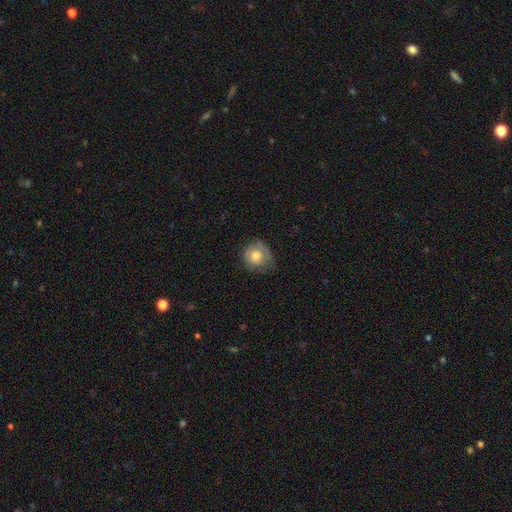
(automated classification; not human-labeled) This is likely a smooth galaxy (68%). How rounded: clearly round (83%). Merging: likely none (61%).